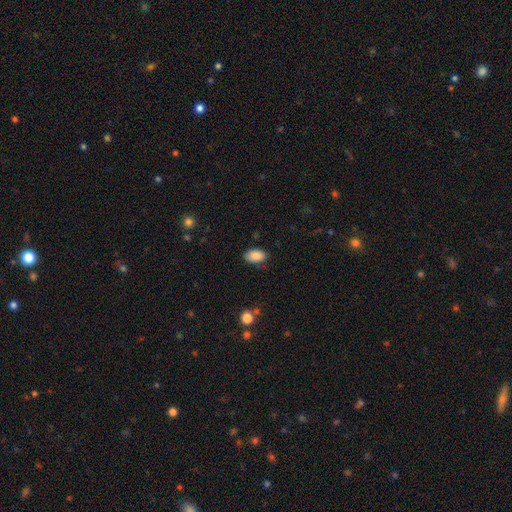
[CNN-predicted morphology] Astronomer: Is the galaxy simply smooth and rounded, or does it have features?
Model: smooth — 88%.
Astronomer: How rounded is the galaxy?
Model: in between — 92%.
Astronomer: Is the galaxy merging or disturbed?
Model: none — 82%.